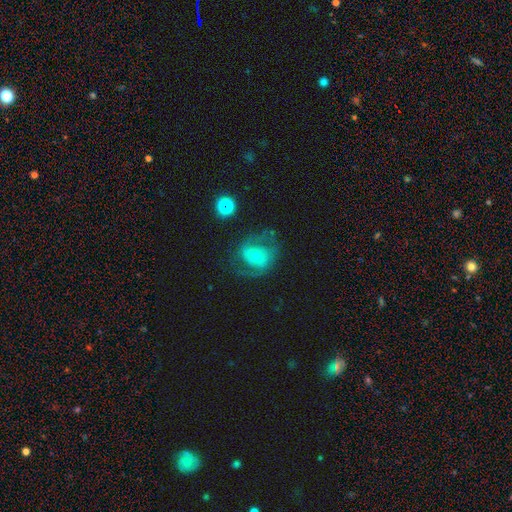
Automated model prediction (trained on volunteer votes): Smooth or featured? featured or disk (65%)
Edge-on disk? no (96%)
Bar? no (47%)
Spiral arms? yes (68%)
Bulge size? moderate (54%)
Merging? none (52%)